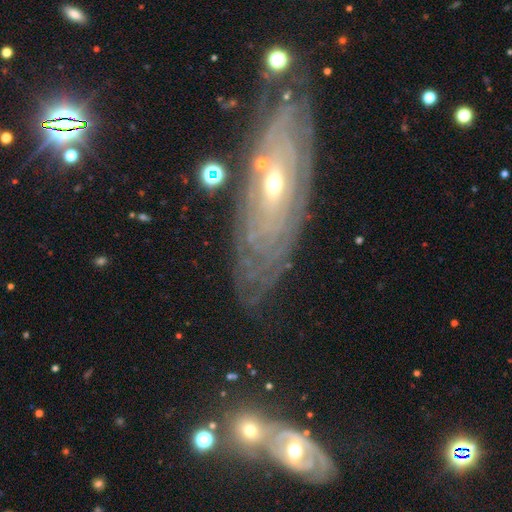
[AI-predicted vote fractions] Morphology: type=featured or disk (75%); edge-on=no (77%); bar=no (70%); spiral arms=yes (76%); bulge=small (57%); merging=none (77%).